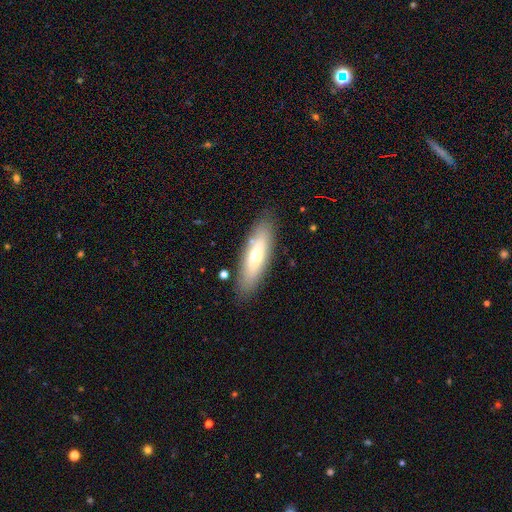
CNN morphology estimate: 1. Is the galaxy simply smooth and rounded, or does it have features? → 57% smooth, 36% featured or disk, 7% star or artifact.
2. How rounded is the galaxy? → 54% cigar-shaped, 44% in between, 2% round.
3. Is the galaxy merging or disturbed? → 85% none, 10% minor disturbance, 3% major disturbance, 2% merger.